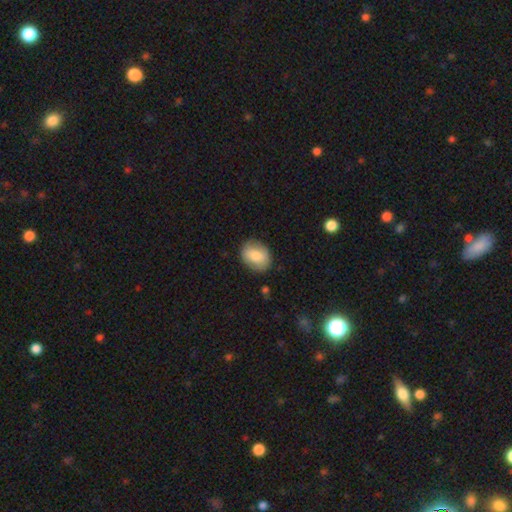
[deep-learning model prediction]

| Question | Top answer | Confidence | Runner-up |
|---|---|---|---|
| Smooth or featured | smooth | 78% | featured or disk (16%) |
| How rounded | in between | 54% | round (45%) |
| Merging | none | 82% | minor disturbance (13%) |